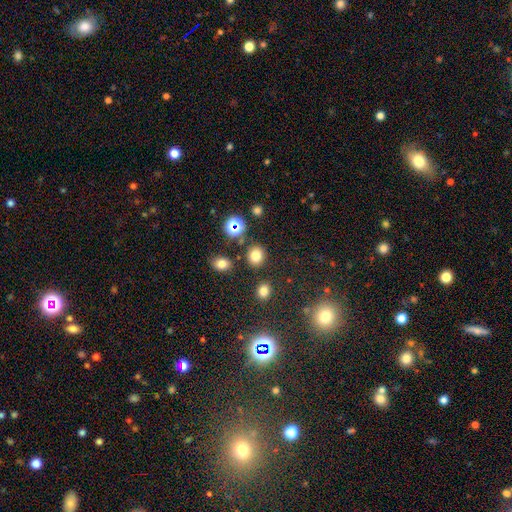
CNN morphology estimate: smooth-or-featured: smooth: 77% | star or artifact: 17% | featured or disk: 6%
  how-rounded: round: 74% | in between: 25% | cigar-shaped: 1%
  merging: none: 83% | minor disturbance: 8% | merger: 6% | major disturbance: 3%